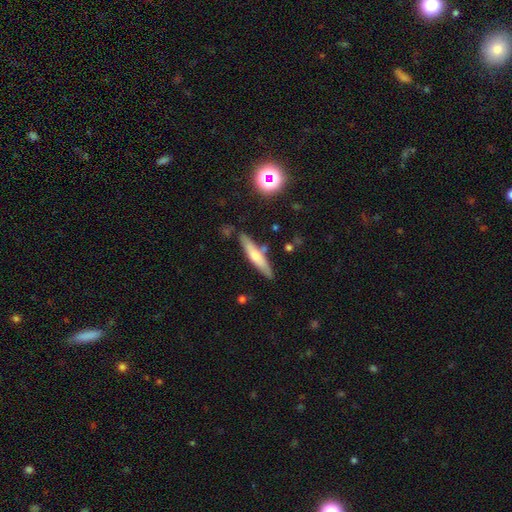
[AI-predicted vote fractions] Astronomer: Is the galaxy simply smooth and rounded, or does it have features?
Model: smooth — 56% (runner-up: featured or disk, 37%).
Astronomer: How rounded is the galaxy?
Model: cigar-shaped — 87%.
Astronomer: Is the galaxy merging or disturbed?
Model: none — 80%.